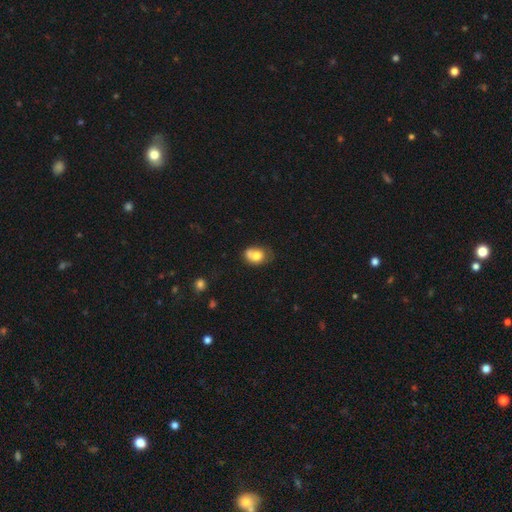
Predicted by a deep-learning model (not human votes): Smooth or featured? smooth (72%)
How rounded? in between (58%)
Merging? merger (36%)